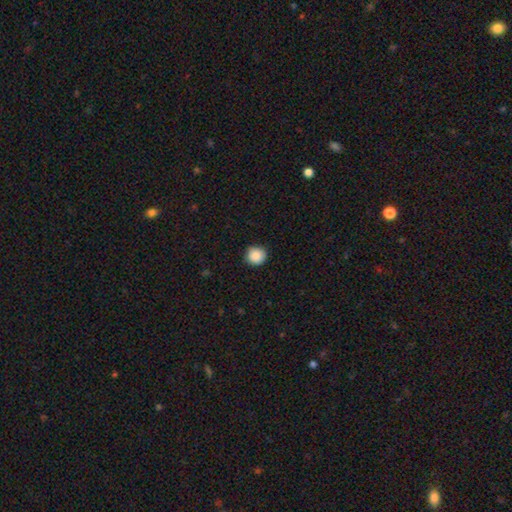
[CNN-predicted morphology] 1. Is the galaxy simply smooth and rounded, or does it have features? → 89% smooth, 9% star or artifact, 3% featured or disk.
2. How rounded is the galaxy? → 93% round, 6% in between, 1% cigar-shaped.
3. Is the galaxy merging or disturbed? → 88% none, 9% minor disturbance, 2% major disturbance, 1% merger.